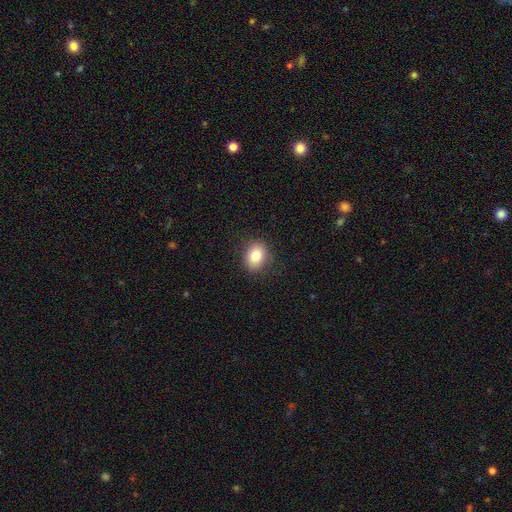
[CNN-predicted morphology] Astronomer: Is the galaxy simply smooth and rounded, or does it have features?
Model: smooth — 83%.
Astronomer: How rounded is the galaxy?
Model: in between — 58% (runner-up: round, 41%).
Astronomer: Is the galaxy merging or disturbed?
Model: none — 86%.